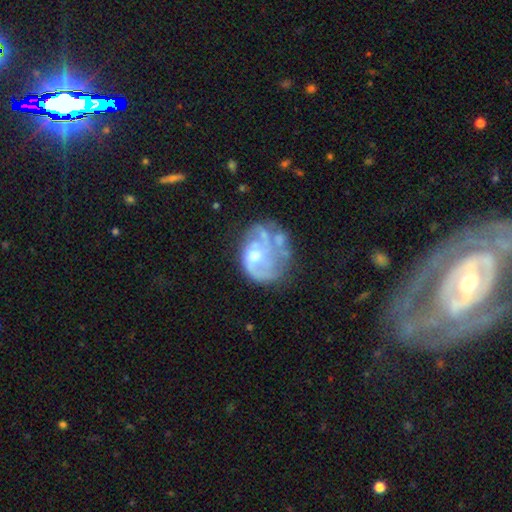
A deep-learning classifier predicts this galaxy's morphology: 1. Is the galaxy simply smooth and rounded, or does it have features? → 68% featured or disk, 24% smooth, 8% star or artifact.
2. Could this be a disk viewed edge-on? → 98% no, 2% yes.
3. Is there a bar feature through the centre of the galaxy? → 77% no, 20% weak, 3% strong.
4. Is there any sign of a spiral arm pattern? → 50% no (tied), 50% yes (tied).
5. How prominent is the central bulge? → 51% moderate, 30% small, 12% none, 5% large, 1% dominant.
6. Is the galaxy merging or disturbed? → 35% none, 30% major disturbance, 22% minor disturbance, 14% merger.